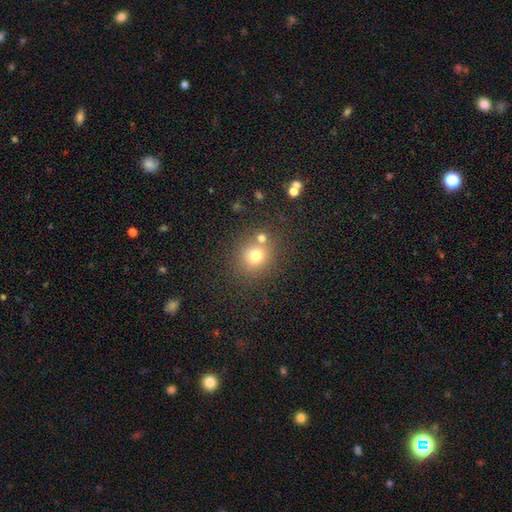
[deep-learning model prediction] This appears to be a smooth galaxy with no disk features (74%) that is round (82%). Merging: none (67%).